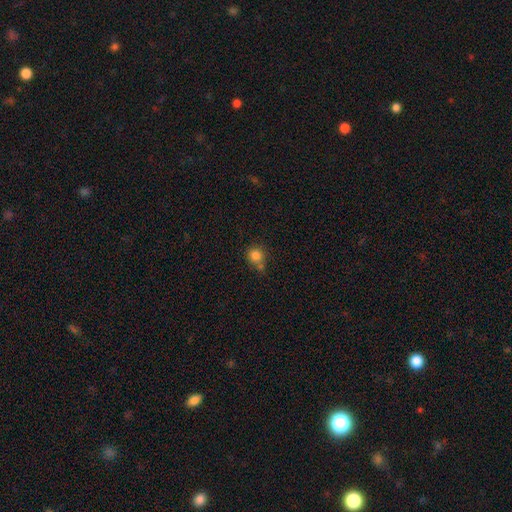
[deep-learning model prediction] Smooth or featured: smooth — 83% (star or artifact — 11%)
How rounded: round — 89% (in between — 10%)
Merging: none — 60% (merger — 22%)